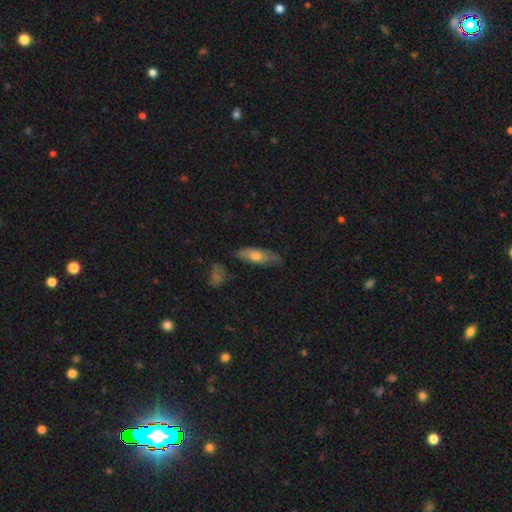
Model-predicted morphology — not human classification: smooth 57%, featured or disk 35%, star or artifact 7%. Down the decision tree: how rounded — in between (58%); merging — none (72%).